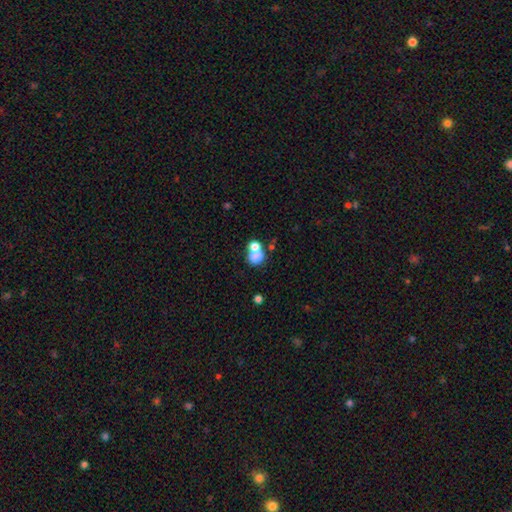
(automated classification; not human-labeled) The model was most divided on "merging": merger: 54%, none: 32%, minor disturbance: 8%, major disturbance: 5%. More confident: smooth or featured — smooth (75%); how rounded — round (65%).